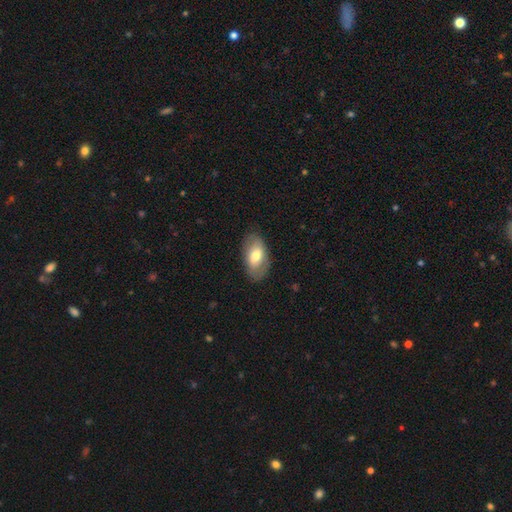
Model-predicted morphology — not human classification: A smooth galaxy with no disk features (61%) that is in between round and cigar-shaped (93%). Merging: none (81%).